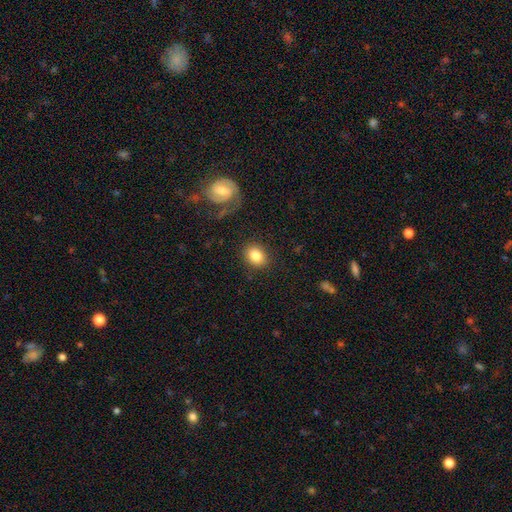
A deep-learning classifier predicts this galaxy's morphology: Smooth or featured: smooth — 84% (star or artifact — 8%)
How rounded: round — 52% (in between — 47%)
Merging: none — 86% (minor disturbance — 9%)